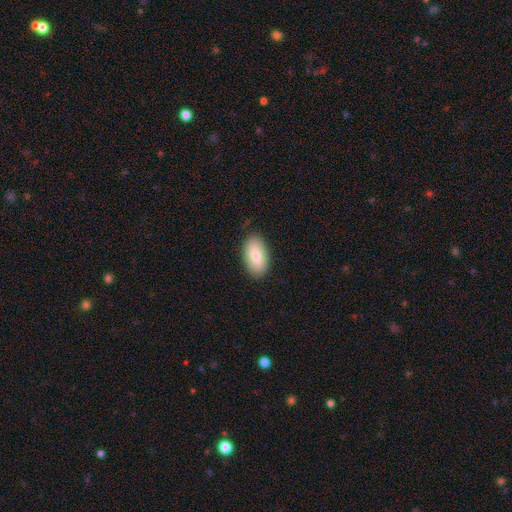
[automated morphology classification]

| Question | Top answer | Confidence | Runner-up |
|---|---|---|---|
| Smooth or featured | smooth | 82% | featured or disk (11%) |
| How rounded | in between | 94% | round (4%) |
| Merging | none | 86% | minor disturbance (11%) |